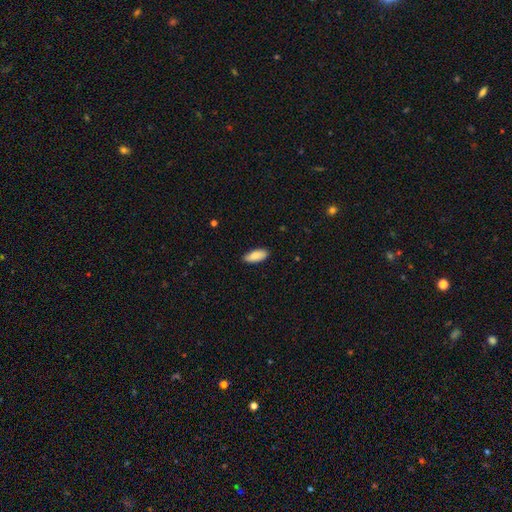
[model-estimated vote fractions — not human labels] Smooth or featured? Predicted: smooth (p=0.87). How rounded? Predicted: in between (p=0.83). Merging? Predicted: none (p=0.86).